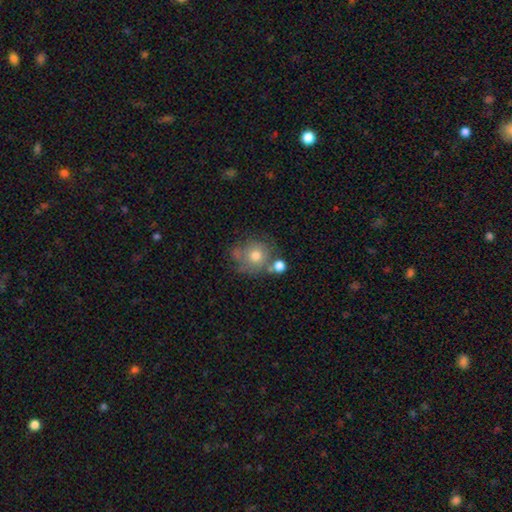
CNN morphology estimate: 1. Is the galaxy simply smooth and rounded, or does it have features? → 67% smooth, 22% featured or disk, 11% star or artifact.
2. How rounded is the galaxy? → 84% round, 15% in between, 1% cigar-shaped.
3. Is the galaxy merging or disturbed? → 53% none, 20% merger, 18% minor disturbance, 9% major disturbance.